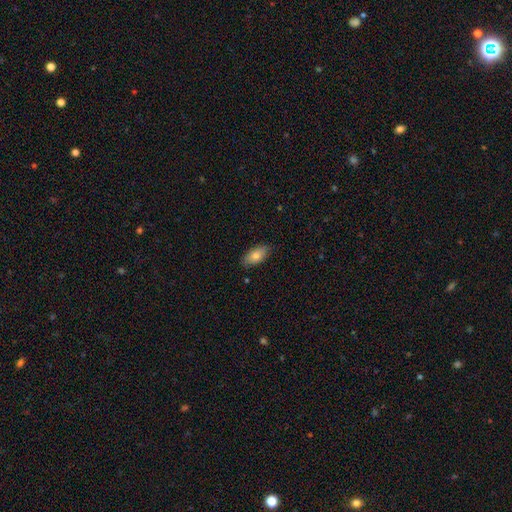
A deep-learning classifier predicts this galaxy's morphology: type=smooth (78%); roundness=in between (91%); merging=none (82%).